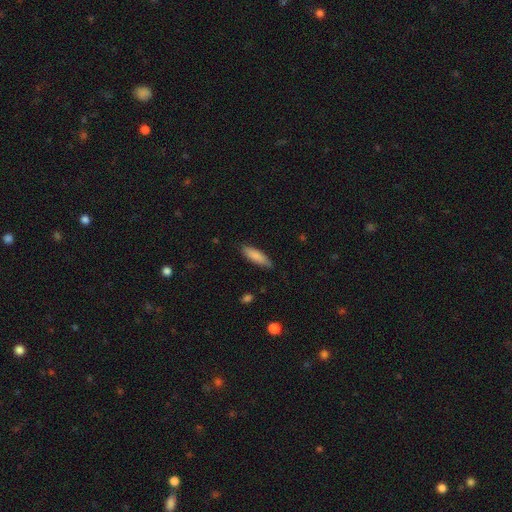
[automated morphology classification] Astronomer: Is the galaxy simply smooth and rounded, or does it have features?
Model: smooth — 85%.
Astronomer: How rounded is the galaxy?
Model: cigar-shaped — 58% (runner-up: in between, 41%).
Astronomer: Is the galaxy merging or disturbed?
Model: none — 83%.